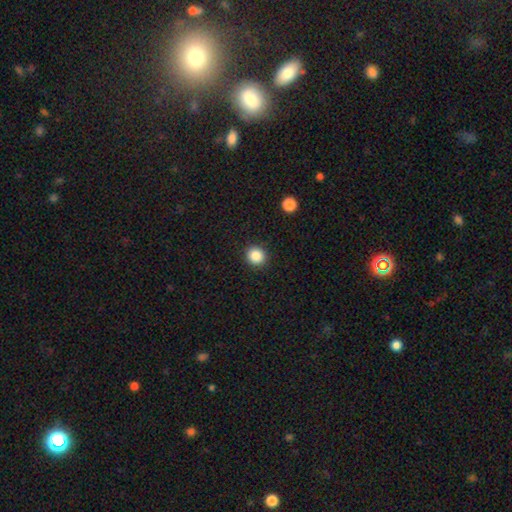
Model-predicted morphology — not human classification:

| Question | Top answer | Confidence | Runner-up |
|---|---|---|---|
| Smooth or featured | smooth | 86% | star or artifact (10%) |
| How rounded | round | 89% | in between (10%) |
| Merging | none | 92% | minor disturbance (5%) |